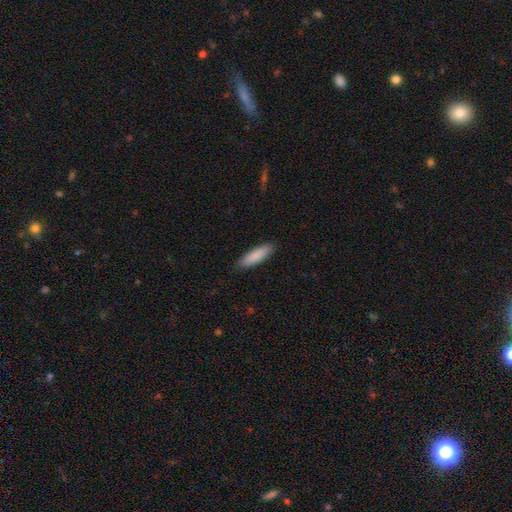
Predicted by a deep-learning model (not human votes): Q: Smooth or featured?
A: smooth (87%); runner-up: featured or disk (7%)
Q: How rounded?
A: cigar-shaped (58%); runner-up: in between (40%)
Q: Merging?
A: none (87%); runner-up: minor disturbance (10%)